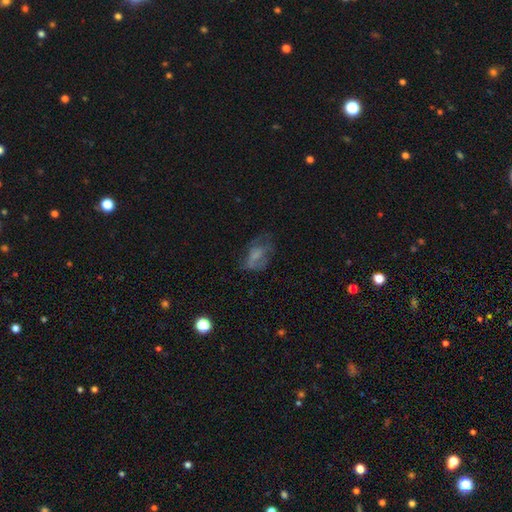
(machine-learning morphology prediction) smooth-or-featured: smooth: 48% | featured or disk: 37% | star or artifact: 15%
  merging: none: 39% | major disturbance: 33% | minor disturbance: 25% | merger: 3%